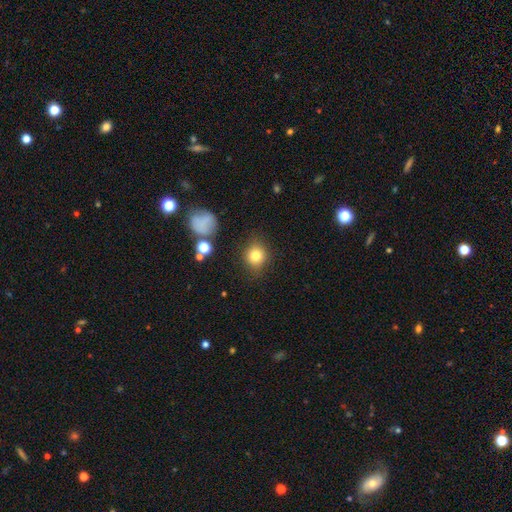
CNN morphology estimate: smooth_or_featured: smooth (p=0.80) [alt: star or artifact p=0.12]
how_rounded: round (p=0.77) [alt: in between p=0.22]
merging: none (p=0.82) [alt: minor disturbance p=0.12]